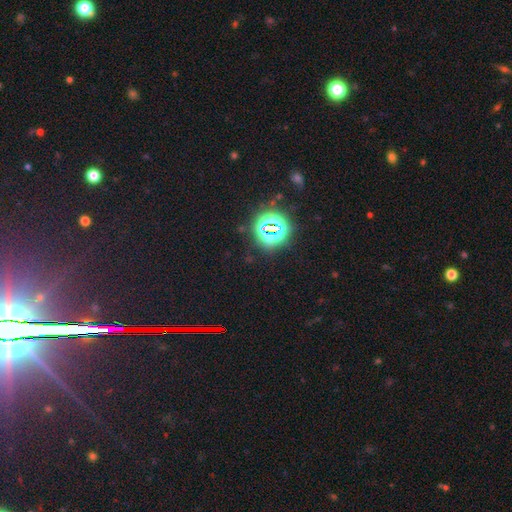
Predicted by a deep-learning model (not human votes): Smooth or featured? Predicted: star or artifact (p=0.80).